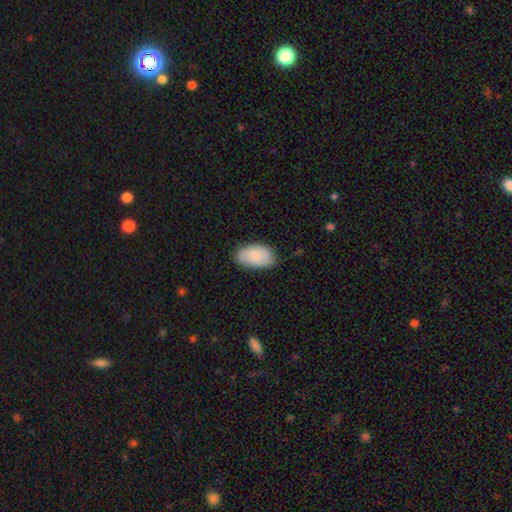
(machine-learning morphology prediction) Smooth or featured? smooth (76%)
How rounded? in between (93%)
Merging? none (72%)